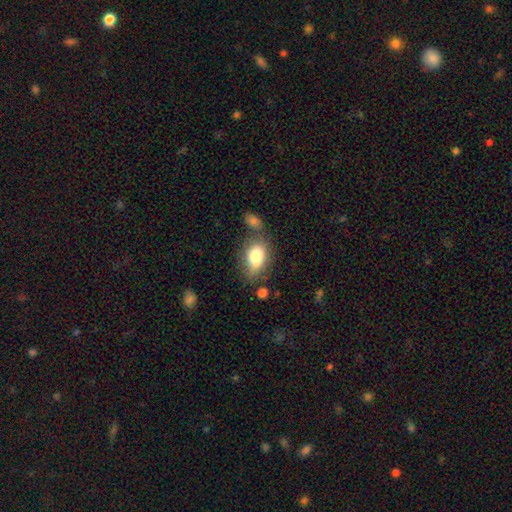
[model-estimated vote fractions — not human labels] A smooth galaxy with no disk features (78%) that is in between round and cigar-shaped (78%).

Vote fractions:
- Smooth or featured? smooth: 78% / featured or disk: 14% / star or artifact: 8%
- How rounded? in between: 78% / round: 20% / cigar-shaped: 2%
- Merging? none: 48% / minor disturbance: 25% / merger: 16% / major disturbance: 11%